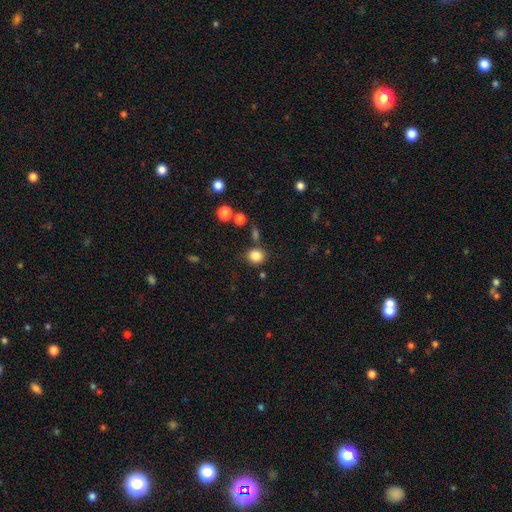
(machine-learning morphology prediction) The model was most divided on "how rounded": round: 81%, in between: 18%, cigar-shaped: 1%. More confident: smooth or featured — smooth (84%); merging — none (79%).